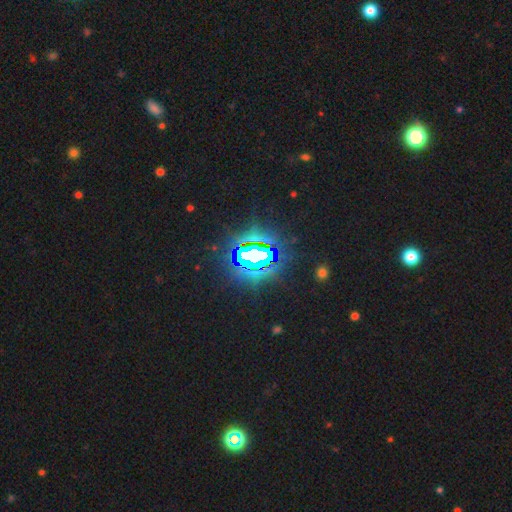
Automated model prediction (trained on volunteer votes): smooth_or_featured: star or artifact (p=0.69) [alt: featured or disk p=0.18]